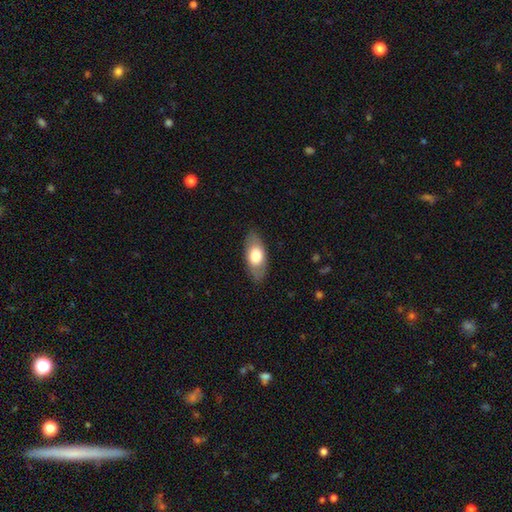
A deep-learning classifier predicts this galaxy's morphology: type=smooth (67%); roundness=in between (90%); merging=none (84%).